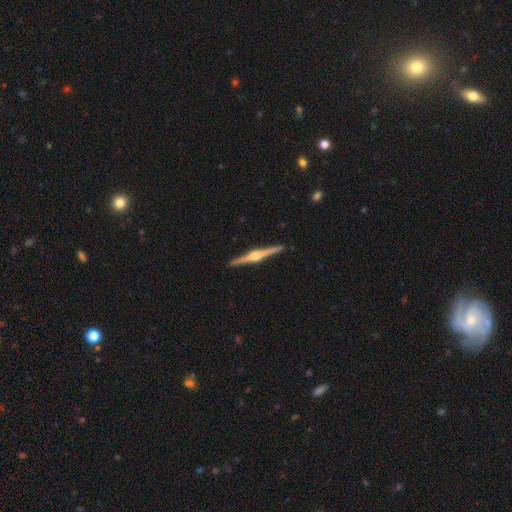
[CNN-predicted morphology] This appears to be a featured or disk galaxy (85%) viewed edge-on (99%) with a rounded central bulge (92%). Merging: none (93%).